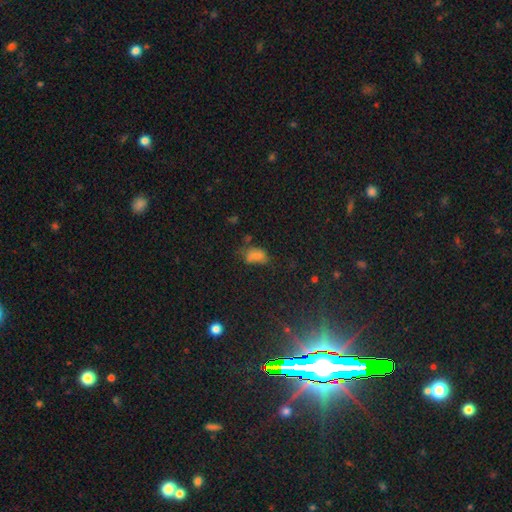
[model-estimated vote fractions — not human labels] Q: Smooth or featured?
A: smooth (66%); runner-up: star or artifact (19%)
Q: How rounded?
A: in between (86%); runner-up: round (11%)
Q: Merging?
A: none (35%); runner-up: minor disturbance (31%)